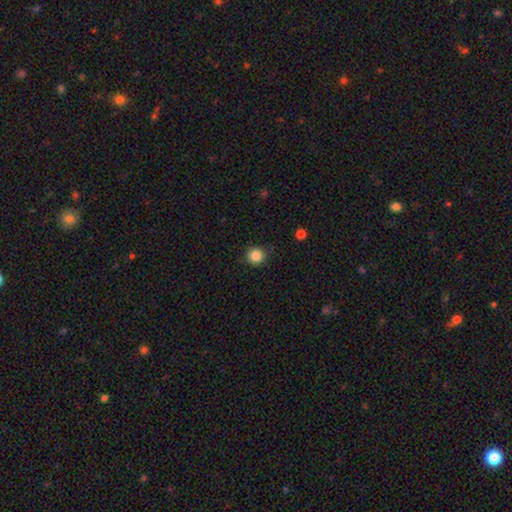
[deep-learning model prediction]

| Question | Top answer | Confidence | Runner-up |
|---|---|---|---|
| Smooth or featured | smooth | 86% | star or artifact (11%) |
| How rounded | round | 93% | in between (6%) |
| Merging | none | 86% | minor disturbance (10%) |